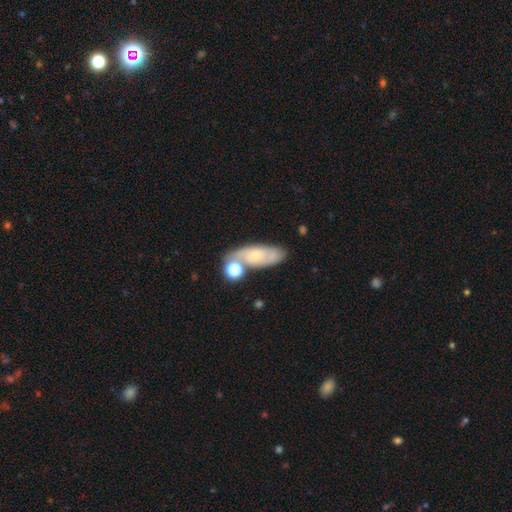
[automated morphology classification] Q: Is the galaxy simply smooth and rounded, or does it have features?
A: smooth — 45%, tied with featured or disk.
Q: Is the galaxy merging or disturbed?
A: none — 54%.